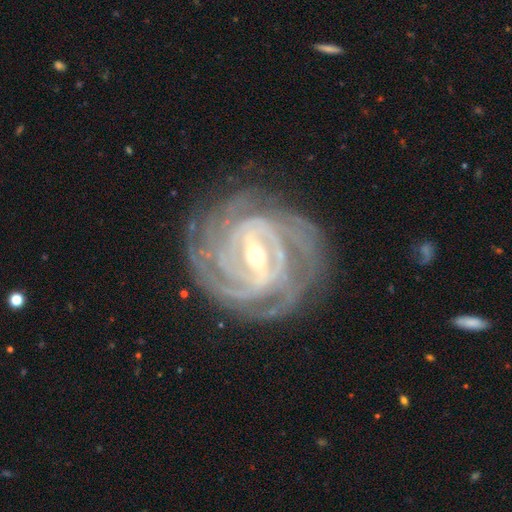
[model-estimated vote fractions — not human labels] Q: Smooth or featured?
A: featured or disk (92%); runner-up: star or artifact (5%)
Q: Edge-on disk?
A: no (97%); runner-up: yes (3%)
Q: Bar?
A: strong (64%); runner-up: weak (29%)
Q: Spiral arms?
A: yes (98%); runner-up: no (2%)
Q: Spiral winding?
A: tight (81%); runner-up: medium (17%)
Q: Spiral arm count?
A: 4 (31%); runner-up: 3 (21%)
Q: Bulge size?
A: moderate (49%); runner-up: small (47%)
Q: Merging?
A: none (82%); runner-up: minor disturbance (12%)